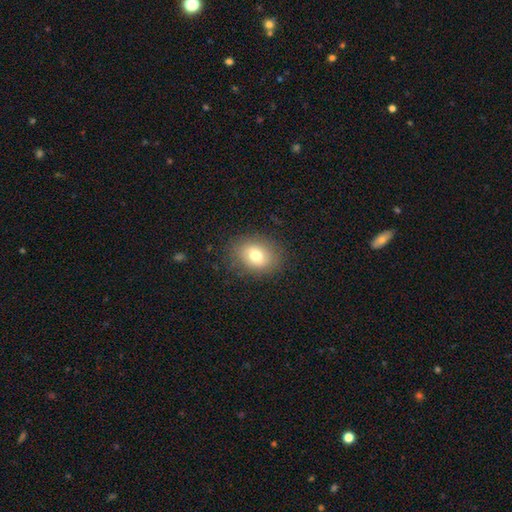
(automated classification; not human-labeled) This appears to be a smooth galaxy with no disk features (75%) that is in between round and cigar-shaped (55%). Merging: none (84%).